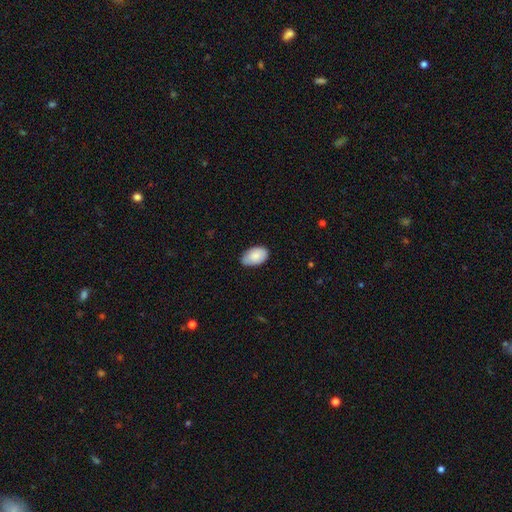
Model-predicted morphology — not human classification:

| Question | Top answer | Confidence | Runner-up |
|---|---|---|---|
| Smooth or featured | smooth | 84% | featured or disk (10%) |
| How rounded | in between | 93% | round (6%) |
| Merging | none | 72% | minor disturbance (24%) |